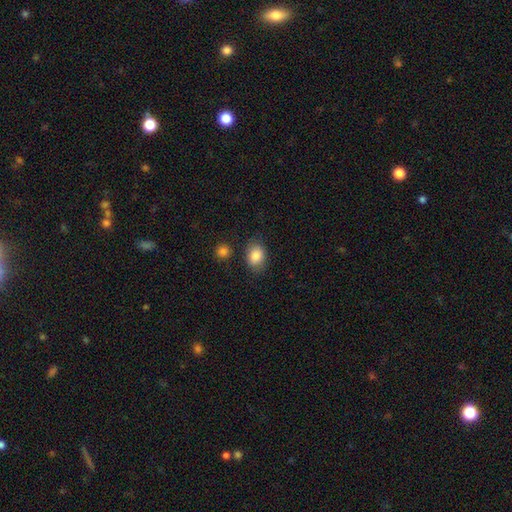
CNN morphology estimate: type=smooth (86%); roundness=in between (69%); merging=none (77%).